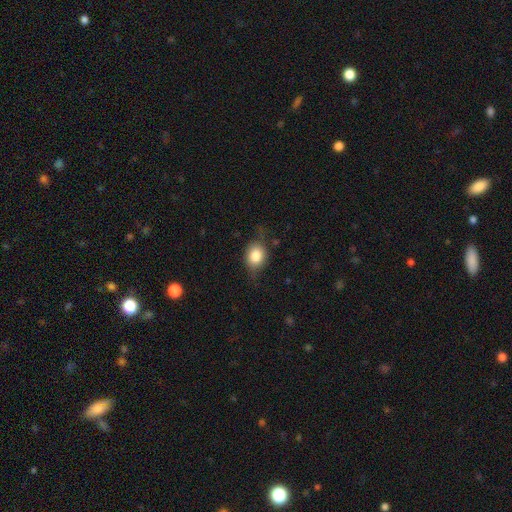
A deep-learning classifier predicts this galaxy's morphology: Overall: smooth (76%). How rounded: in between (52%; round 46%). Merging: none (63%; minor disturbance 26%).